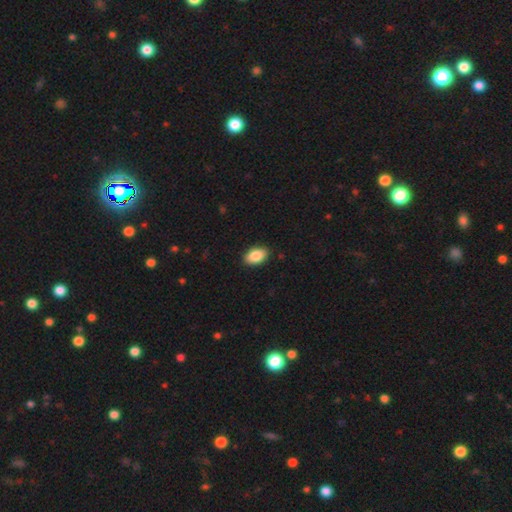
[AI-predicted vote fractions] A smooth galaxy with no disk features (87%) that is in between round and cigar-shaped (91%).

Vote fractions:
- Smooth or featured? smooth: 87% / star or artifact: 7% / featured or disk: 6%
- How rounded? in between: 91% / round: 7% / cigar-shaped: 2%
- Merging? none: 90% / minor disturbance: 8% / major disturbance: 2% / merger: 1%